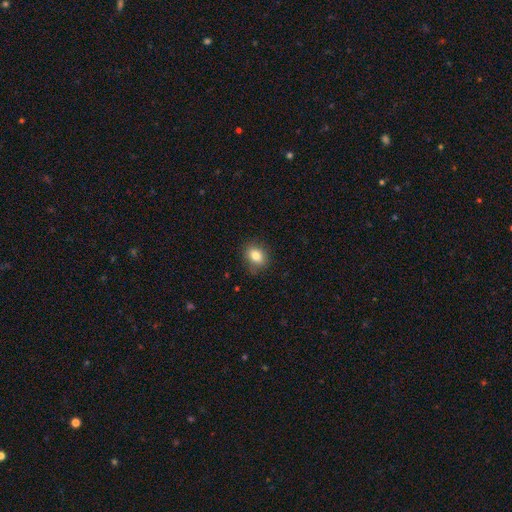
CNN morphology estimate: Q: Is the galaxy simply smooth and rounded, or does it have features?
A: smooth — 82%.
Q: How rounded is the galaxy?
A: in between — 60%.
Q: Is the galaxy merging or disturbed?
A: none — 82%.